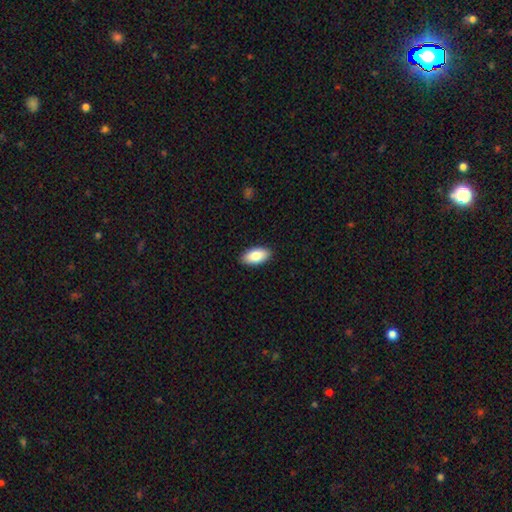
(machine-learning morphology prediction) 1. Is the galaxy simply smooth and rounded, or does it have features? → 85% smooth, 9% featured or disk, 6% star or artifact.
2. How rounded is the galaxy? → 94% in between, 3% cigar-shaped, 3% round.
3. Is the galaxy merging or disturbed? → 90% none, 8% minor disturbance, 2% major disturbance, 1% merger.